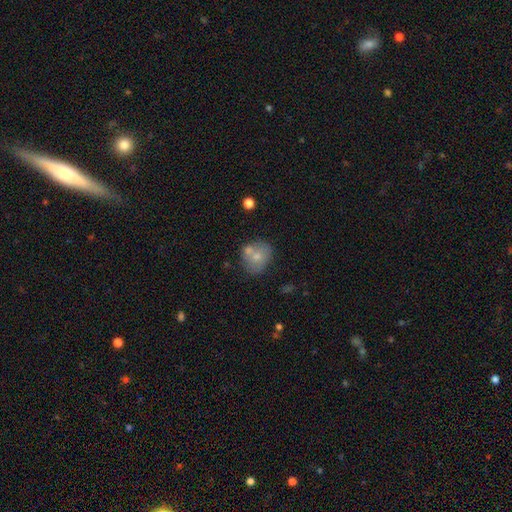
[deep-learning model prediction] Smooth or featured? Predicted: smooth (p=0.68). How rounded? Predicted: round (p=0.66). Merging? Predicted: none (p=0.47).